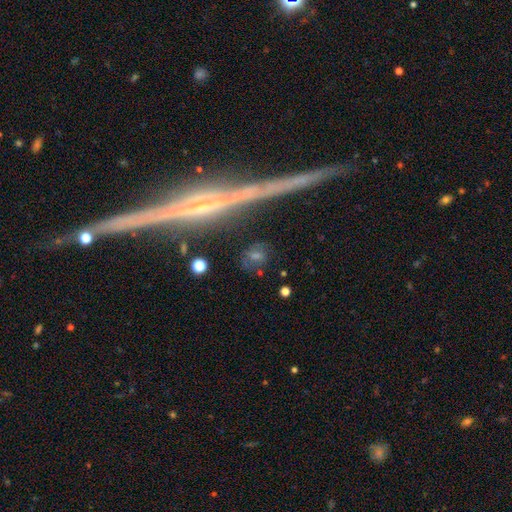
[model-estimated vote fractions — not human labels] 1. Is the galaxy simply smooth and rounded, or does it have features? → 57% smooth, 24% featured or disk, 19% star or artifact.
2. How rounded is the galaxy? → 52% round, 39% in between, 10% cigar-shaped.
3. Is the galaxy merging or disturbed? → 74% none, 14% minor disturbance, 7% major disturbance, 5% merger.